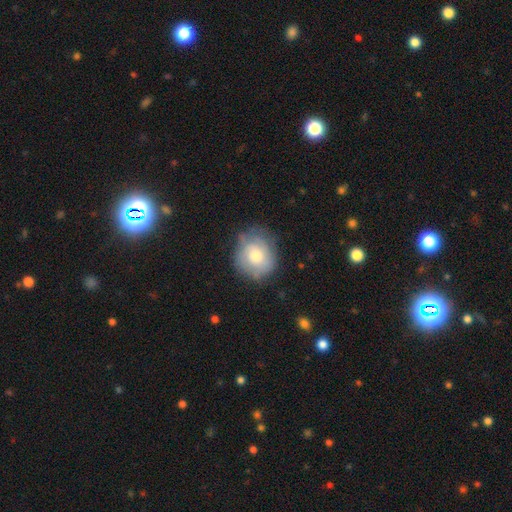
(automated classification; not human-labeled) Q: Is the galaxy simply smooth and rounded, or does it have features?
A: smooth — 58%.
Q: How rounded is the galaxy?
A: round — 78%.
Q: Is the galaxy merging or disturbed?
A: none — 67%.